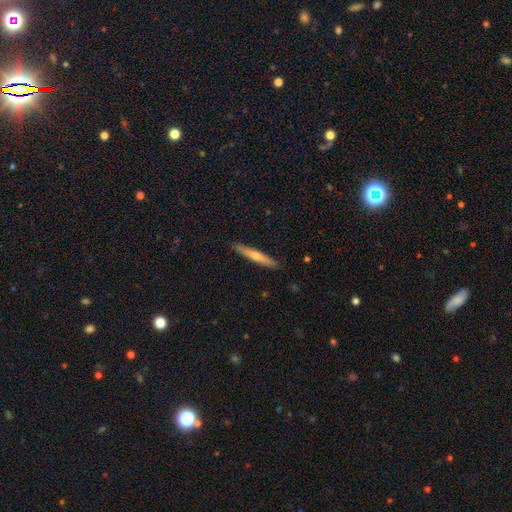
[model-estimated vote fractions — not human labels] featured or disk 53%, smooth 41%, star or artifact 6%. Down the decision tree: edge-on disk — yes (95%); merging — none (91%).